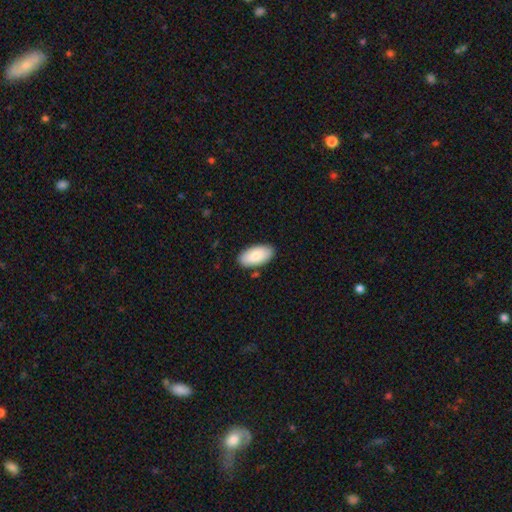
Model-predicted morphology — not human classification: smooth-or-featured: smooth: 83% | featured or disk: 11% | star or artifact: 6%
  how-rounded: in between: 95% | cigar-shaped: 3% | round: 2%
  merging: none: 86% | minor disturbance: 10% | major disturbance: 2% | merger: 2%